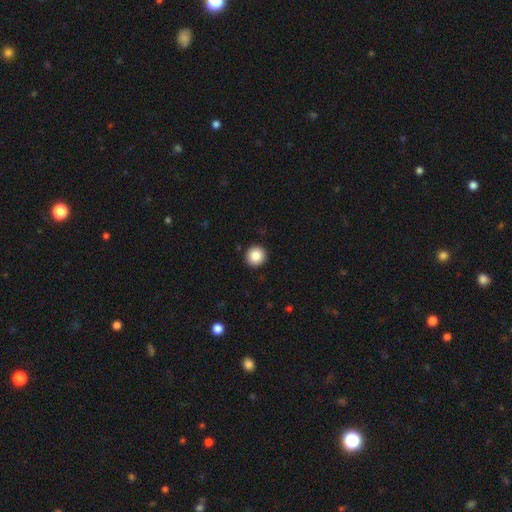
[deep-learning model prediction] smooth 87%, star or artifact 9%, featured or disk 5%. Down the decision tree: how rounded — round (95%); merging — none (93%).